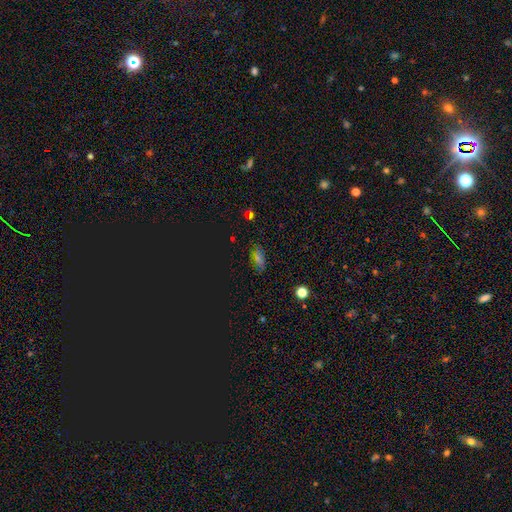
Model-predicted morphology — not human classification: smooth-or-featured: smooth: 45% | star or artifact: 41% | featured or disk: 14%
  merging: none: 82% | minor disturbance: 12% | major disturbance: 4% | merger: 2%